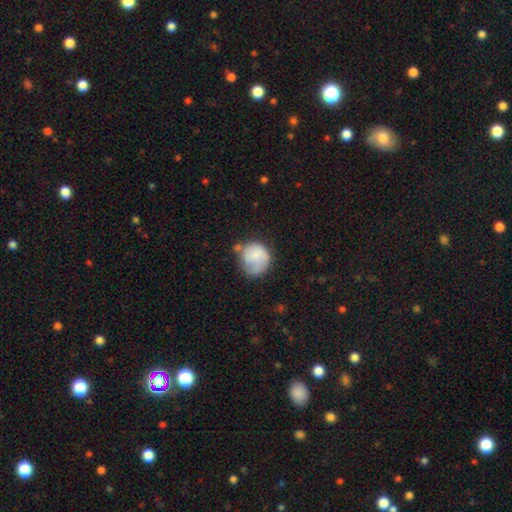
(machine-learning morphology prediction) Q: Smooth or featured?
A: smooth (67%); runner-up: featured or disk (26%)
Q: How rounded?
A: round (77%); runner-up: in between (22%)
Q: Merging?
A: none (41%); runner-up: minor disturbance (32%)